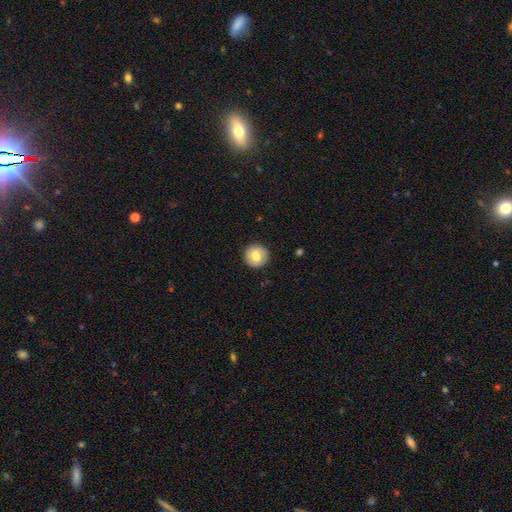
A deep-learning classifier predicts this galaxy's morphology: Smooth or featured: smooth — 75% (featured or disk — 17%)
How rounded: round — 93% (in between — 6%)
Merging: none — 90% (minor disturbance — 7%)